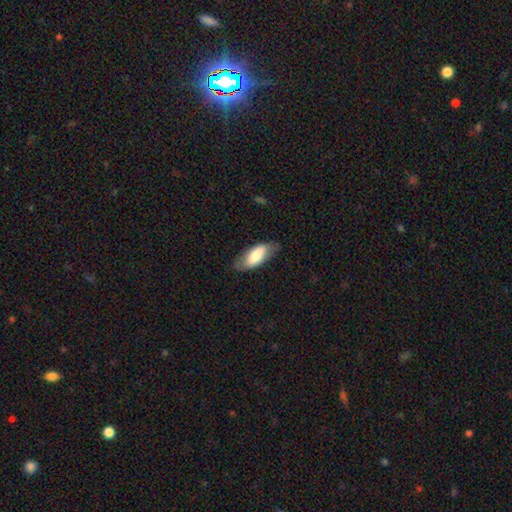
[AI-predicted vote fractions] The model was most divided on "smooth or featured": smooth: 66%, featured or disk: 29%, star or artifact: 6%. More confident: how rounded — in between (84%); merging — none (74%).